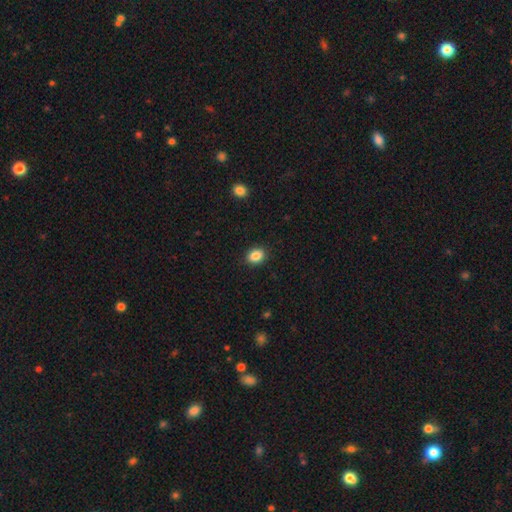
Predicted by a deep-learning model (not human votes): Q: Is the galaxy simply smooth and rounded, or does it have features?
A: smooth — 86%.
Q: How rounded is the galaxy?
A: in between — 62%.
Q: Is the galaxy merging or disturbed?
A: none — 90%.